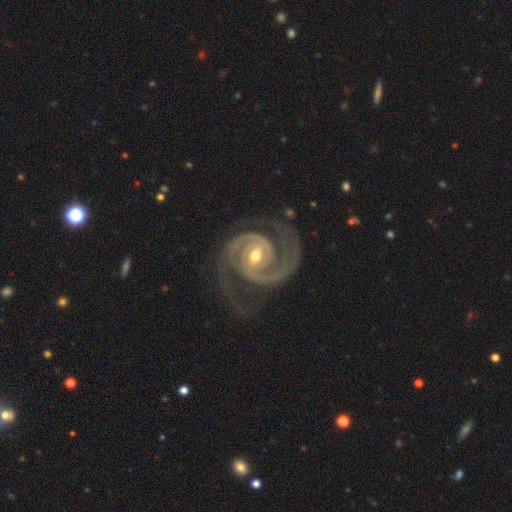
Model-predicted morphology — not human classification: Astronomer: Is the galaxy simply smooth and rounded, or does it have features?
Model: featured or disk — 94%.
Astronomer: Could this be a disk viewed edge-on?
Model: no — 98%.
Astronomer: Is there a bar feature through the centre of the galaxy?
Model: weak — 43% (runner-up: no, 36%).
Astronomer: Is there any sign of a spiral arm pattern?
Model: yes — 99%.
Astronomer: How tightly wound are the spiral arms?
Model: tight — 53% (runner-up: medium, 41%).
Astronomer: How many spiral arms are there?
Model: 2 — 89%.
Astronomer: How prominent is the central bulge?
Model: moderate — 68%.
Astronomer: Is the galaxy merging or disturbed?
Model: none — 75%.